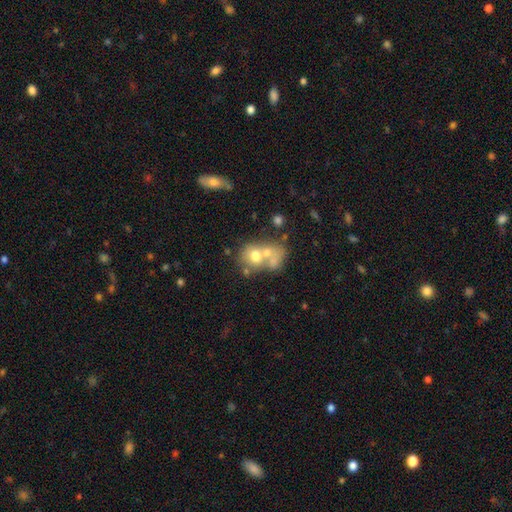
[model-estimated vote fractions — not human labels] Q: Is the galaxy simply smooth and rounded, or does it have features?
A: smooth — 60%.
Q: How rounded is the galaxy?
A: round — 58%.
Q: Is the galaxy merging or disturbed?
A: merger — 63%.